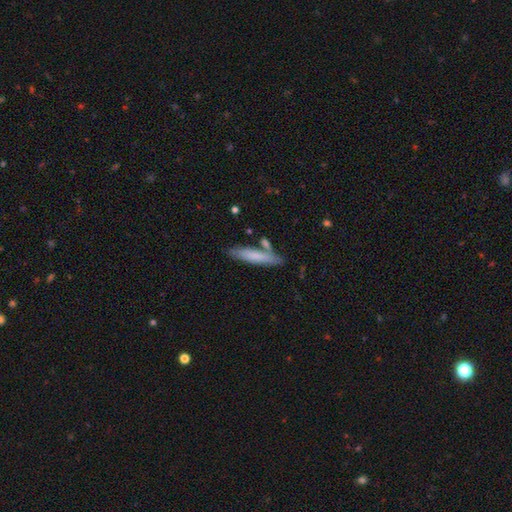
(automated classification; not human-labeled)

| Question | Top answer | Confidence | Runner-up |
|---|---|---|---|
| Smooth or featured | smooth | 71% | featured or disk (23%) |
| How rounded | cigar-shaped | 87% | in between (11%) |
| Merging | none | 74% | minor disturbance (13%) |